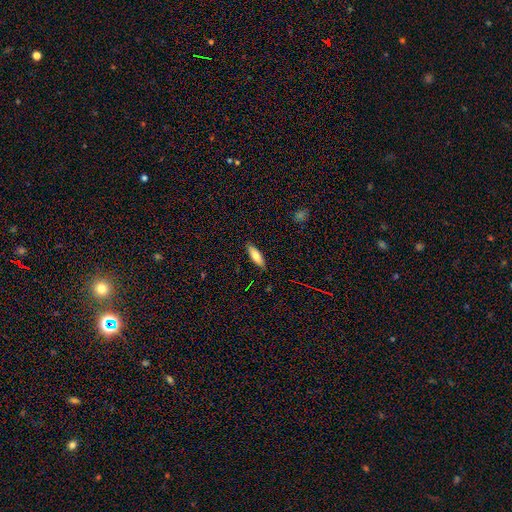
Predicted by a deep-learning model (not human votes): Q: Smooth or featured?
A: smooth (77%); runner-up: featured or disk (16%)
Q: How rounded?
A: in between (59%); runner-up: cigar-shaped (40%)
Q: Merging?
A: none (88%); runner-up: minor disturbance (9%)